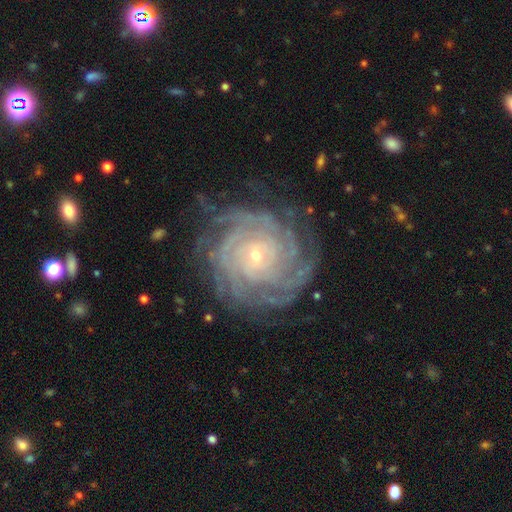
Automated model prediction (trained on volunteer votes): A featured or disk galaxy (89%) with no bar (70%), tight (84%) spiral arms (98%) and a small central bulge (78%).

Vote fractions:
- Smooth or featured? featured or disk: 89% / star or artifact: 6% / smooth: 5%
- Edge-on disk? no: 97% / yes: 3%
- Bar? no: 70% / weak: 22% / strong: 8%
- Spiral arms? yes: 98% / no: 2%
- Spiral winding? tight: 84% / medium: 14% / loose: 2%
- Spiral arm count? can't tell: 25% / more than 4: 24% / 4: 23% / 3: 11% / 2: 9% / 1: 7%
- Bulge size? small: 78% / moderate: 19% / large: 1% / none: 1% / dominant: 1%
- Merging? none: 77% / minor disturbance: 15% / major disturbance: 7% / merger: 1%